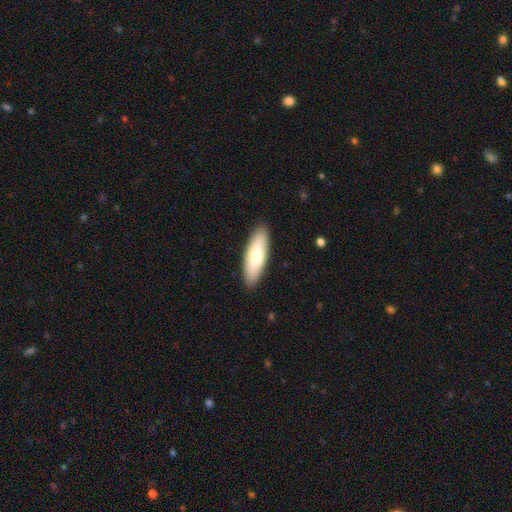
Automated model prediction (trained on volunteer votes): Smooth or featured? Predicted: smooth (p=0.71). How rounded? Predicted: in between (p=0.56). Merging? Predicted: none (p=0.90).